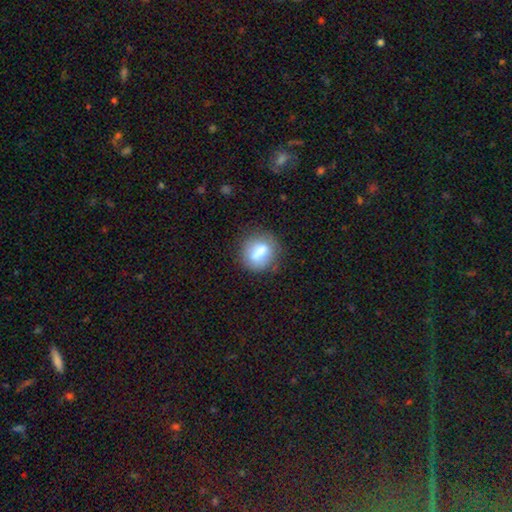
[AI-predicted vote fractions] Smooth or featured: smooth — 70% (featured or disk — 21%)
How rounded: round — 72% (in between — 25%)
Merging: none — 64% (minor disturbance — 19%)